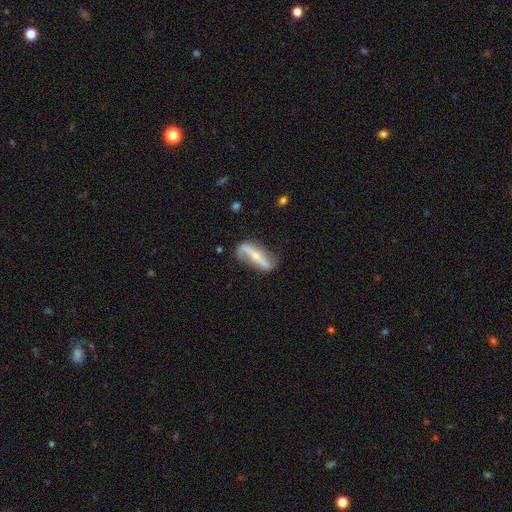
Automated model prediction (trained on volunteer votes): A featured or disk galaxy (76%) with a strong bar (63%), spiral arms (84%) and a small central bulge (59%).

Vote fractions:
- Smooth or featured? featured or disk: 76% / smooth: 19% / star or artifact: 5%
- Edge-on disk? no: 77% / yes: 23%
- Bar? strong: 63% / no: 19% / weak: 17%
- Spiral arms? yes: 84% / no: 16%
- Bulge size? small: 59% / moderate: 30% / none: 7% / large: 2% / dominant: 1%
- Merging? none: 70% / minor disturbance: 20% / major disturbance: 8% / merger: 2%